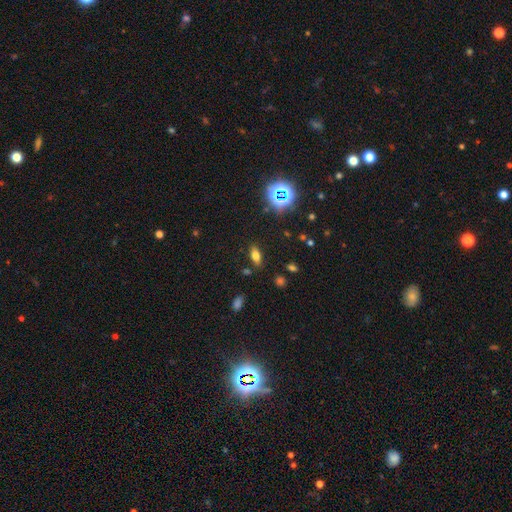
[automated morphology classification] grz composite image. It shows a smooth galaxy with no disk features (64%) that is in between round and cigar-shaped (76%). Merging: none (84%).